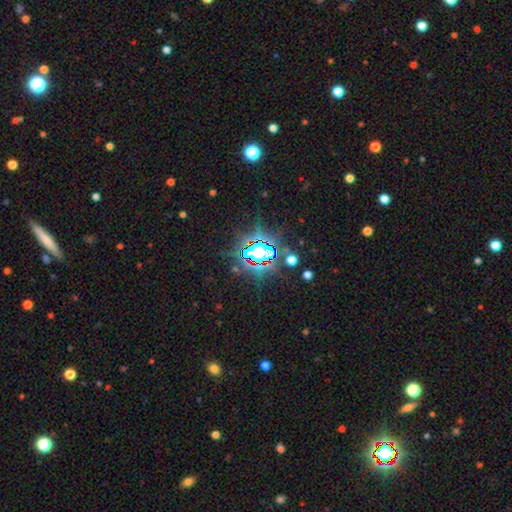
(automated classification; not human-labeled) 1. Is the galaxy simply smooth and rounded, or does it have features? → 74% star or artifact, 15% smooth, 11% featured or disk.